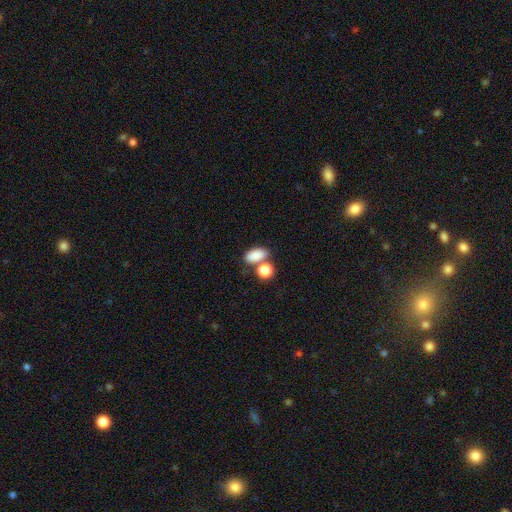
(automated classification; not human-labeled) A smooth galaxy with no disk features (85%) that is in between round and cigar-shaped (87%). Merging: none (55%).